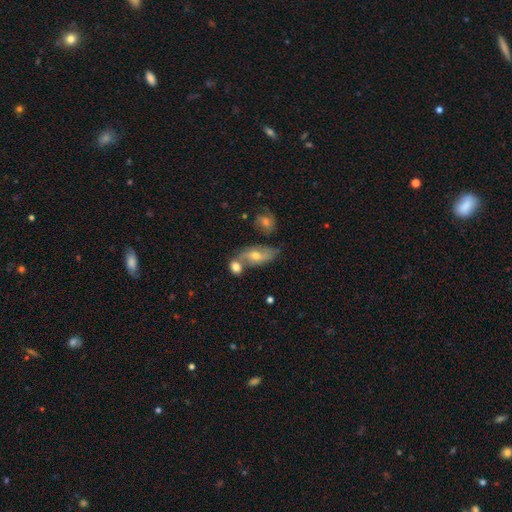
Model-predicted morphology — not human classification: A featured or disk galaxy (51%).

Vote fractions:
- Smooth or featured? featured or disk: 51% / smooth: 35% / star or artifact: 14%
- Edge-on disk? no: 83% / yes: 17%
- Merging? none: 49% / merger: 30% / minor disturbance: 14% / major disturbance: 7%